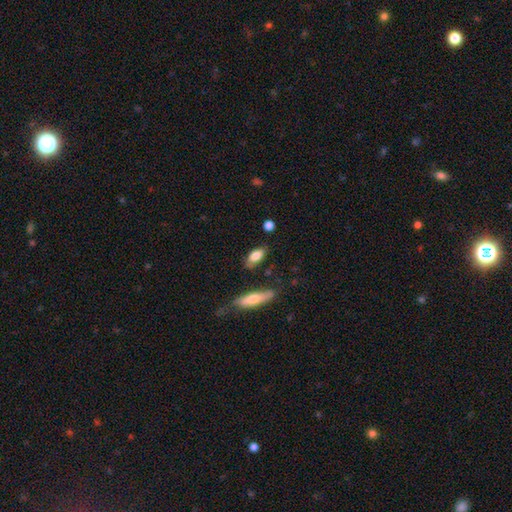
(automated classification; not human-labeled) The model was most divided on "merging": none: 71%, minor disturbance: 20%, major disturbance: 5%, merger: 4%. More confident: how rounded — in between (81%); smooth or featured — smooth (78%).